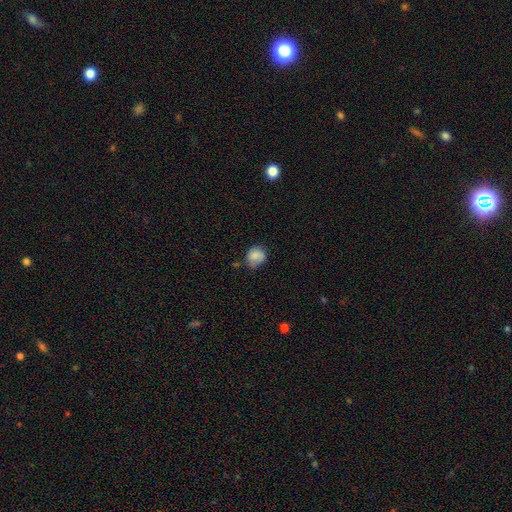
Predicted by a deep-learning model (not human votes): Smooth or featured?
  - smooth: 76% *
  - featured or disk: 15%
  - star or artifact: 9%
How rounded?
  - round: 70% *
  - in between: 29%
  - cigar-shaped: 1%
Merging?
  - none: 57% *
  - minor disturbance: 32%
  - major disturbance: 8%
  - merger: 4%